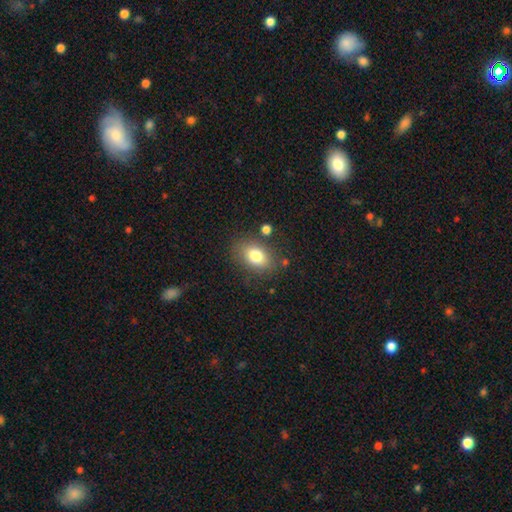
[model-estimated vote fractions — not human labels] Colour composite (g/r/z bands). It shows a smooth galaxy with no disk features (79%) that is in between round and cigar-shaped (79%). Merging: none (77%).